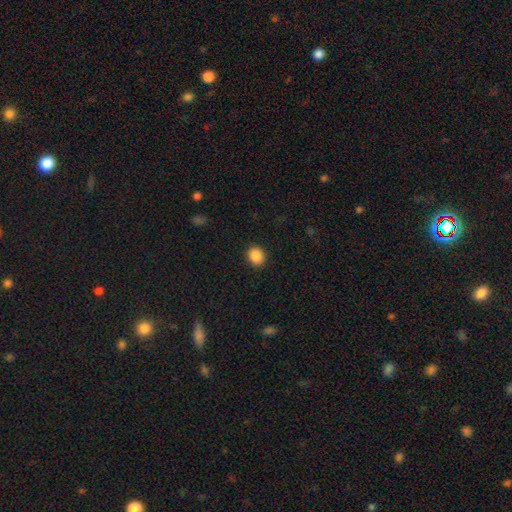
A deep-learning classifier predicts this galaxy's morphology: Q: Smooth or featured?
A: smooth (89%); runner-up: star or artifact (9%)
Q: How rounded?
A: round (68%); runner-up: in between (31%)
Q: Merging?
A: none (90%); runner-up: minor disturbance (7%)